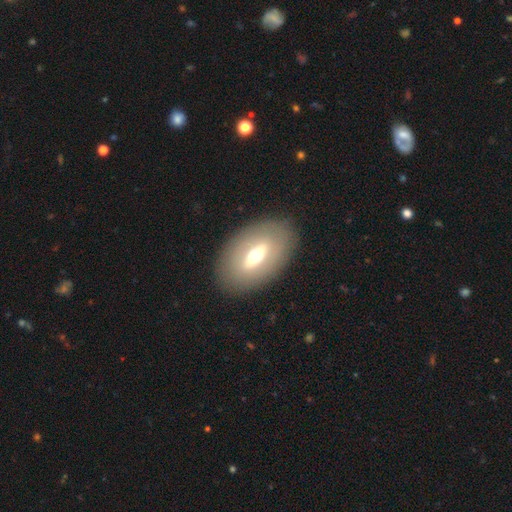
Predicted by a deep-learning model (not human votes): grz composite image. It shows a featured or disk galaxy (47%). Merging: none (86%).